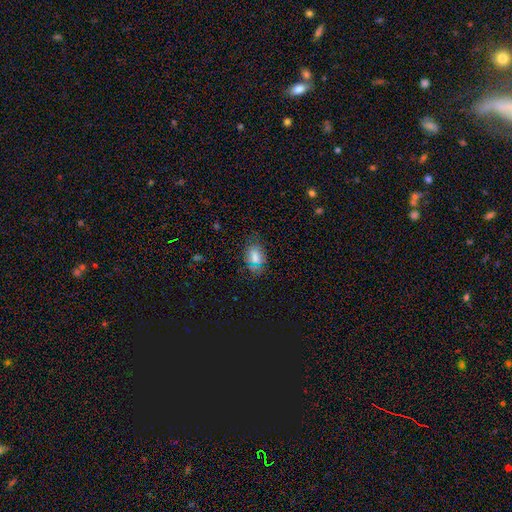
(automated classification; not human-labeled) The model was most divided on "smooth or featured": smooth: 51%, star or artifact: 34%, featured or disk: 16%. More confident: how rounded — in between (78%); merging — none (76%).